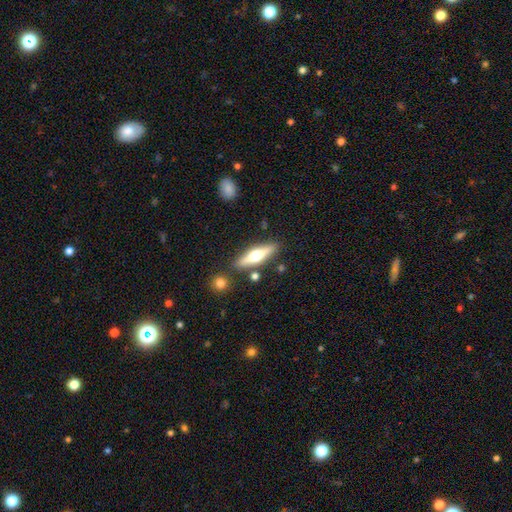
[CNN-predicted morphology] Q: Smooth or featured?
A: featured or disk (58%); runner-up: smooth (36%)
Q: Edge-on disk?
A: yes (94%); runner-up: no (6%)
Q: Edge-on bulge?
A: rounded (95%); runner-up: boxy (3%)
Q: Merging?
A: none (83%); runner-up: minor disturbance (9%)